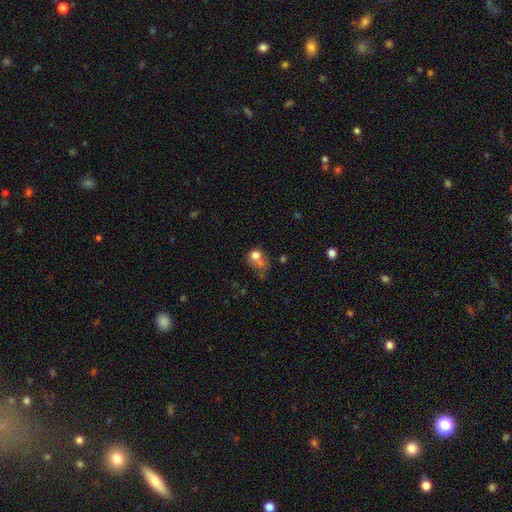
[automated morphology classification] The model was most divided on "merging": merger: 34%, none: 30%, major disturbance: 18%, minor disturbance: 18%. More confident: smooth or featured — smooth (70%); how rounded — round (59%).